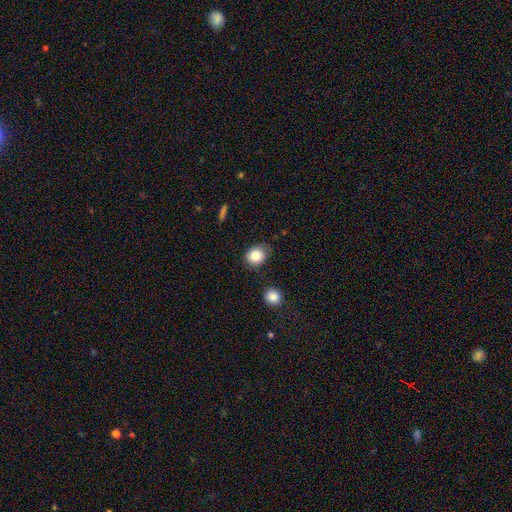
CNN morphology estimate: Smooth or featured? Predicted: smooth (p=0.83). How rounded? Predicted: round (p=0.65). Merging? Predicted: none (p=0.77).